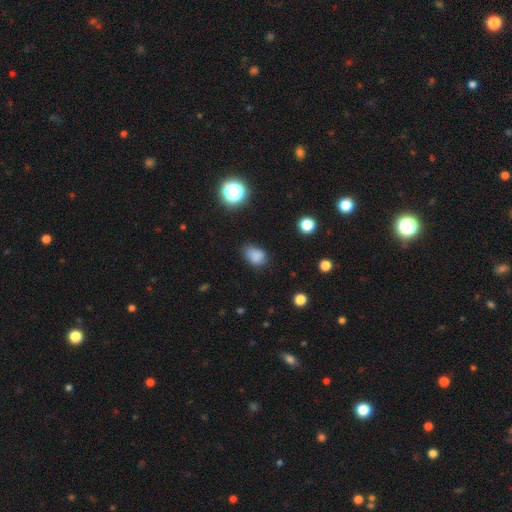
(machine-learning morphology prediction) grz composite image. It shows a smooth galaxy with no disk features (81%) that is in between round and cigar-shaped (74%). Merging: none (64%).